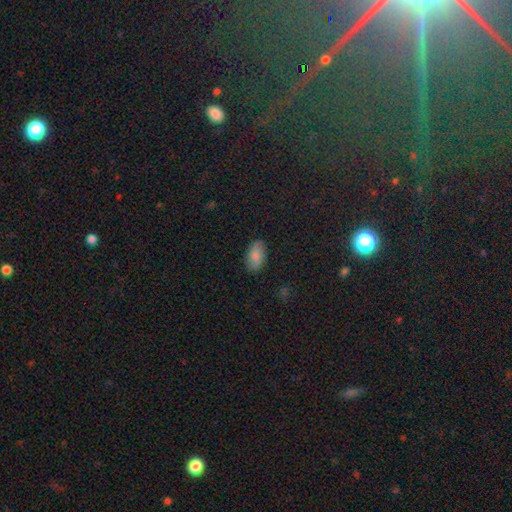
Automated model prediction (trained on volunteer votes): smooth_or_featured: smooth (p=0.78) [alt: featured or disk p=0.15]
how_rounded: in between (p=0.93) [alt: round p=0.04]
merging: none (p=0.85) [alt: minor disturbance p=0.12]